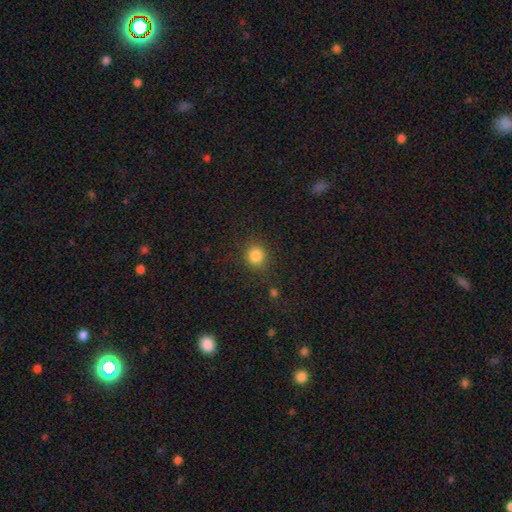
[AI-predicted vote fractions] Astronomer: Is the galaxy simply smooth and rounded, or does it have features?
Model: smooth — 84%.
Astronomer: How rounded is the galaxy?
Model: round — 86%.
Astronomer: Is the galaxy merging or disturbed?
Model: none — 86%.